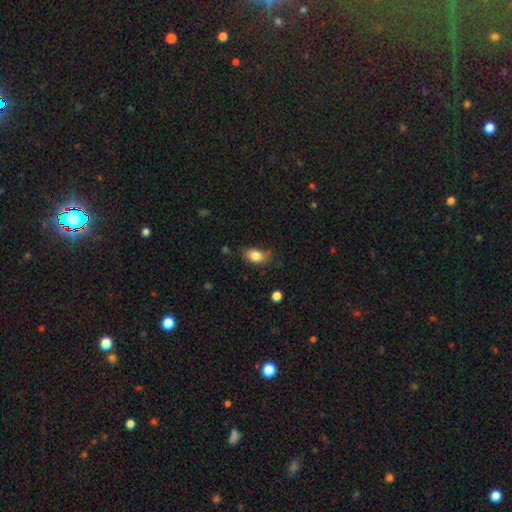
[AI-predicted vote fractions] The model was most divided on "merging": none: 76%, minor disturbance: 18%, major disturbance: 4%, merger: 2%. More confident: how rounded — in between (87%); smooth or featured — smooth (84%).